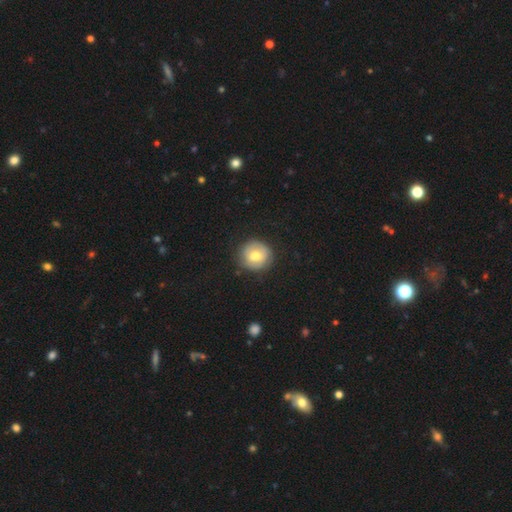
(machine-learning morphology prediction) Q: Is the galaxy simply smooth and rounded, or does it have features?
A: smooth — 62%.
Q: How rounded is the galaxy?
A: round — 89%.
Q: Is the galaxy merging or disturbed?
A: none — 80%.